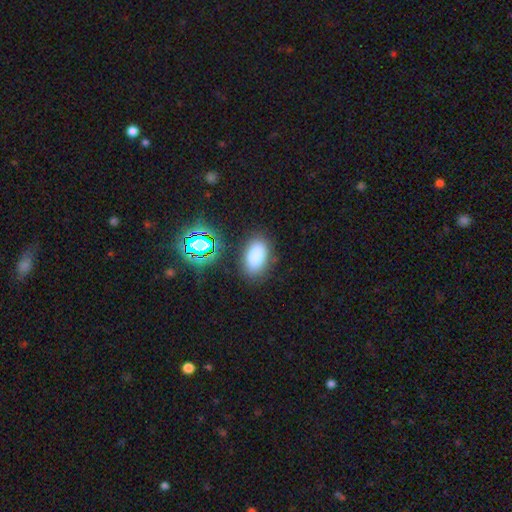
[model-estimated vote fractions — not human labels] This appears to be a smooth galaxy with no disk features (80%) that is in between round and cigar-shaped (92%). Merging: none (84%).